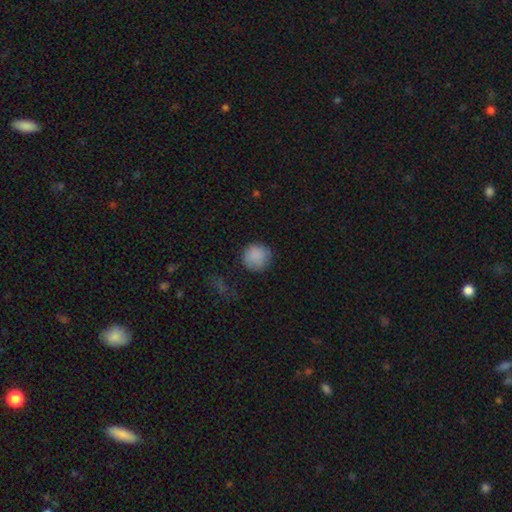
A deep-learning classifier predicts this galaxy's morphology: smooth_or_featured: smooth (p=0.87) [alt: star or artifact p=0.09]
how_rounded: round (p=0.91) [alt: in between p=0.08]
merging: none (p=0.79) [alt: minor disturbance p=0.14]